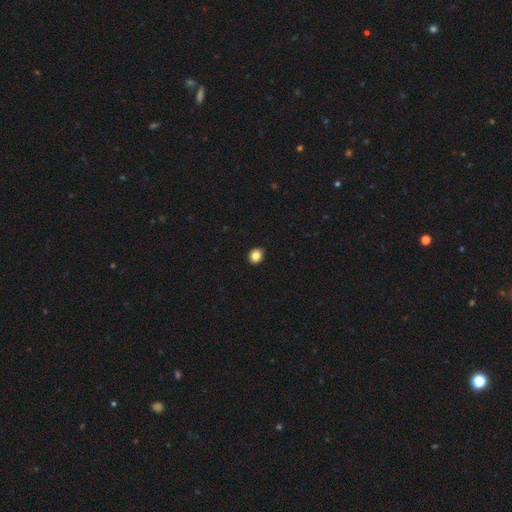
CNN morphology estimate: Overall: smooth (85%). How rounded: round (68%; in between 31%). Merging: none (91%).